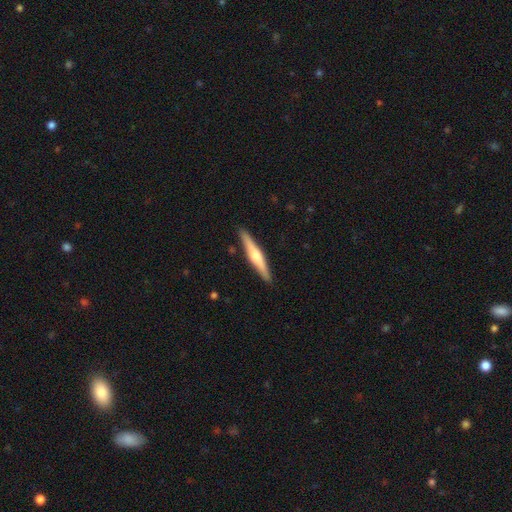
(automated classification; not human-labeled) Q: Smooth or featured?
A: featured or disk (58%); runner-up: smooth (37%)
Q: Edge-on disk?
A: yes (97%); runner-up: no (3%)
Q: Edge-on bulge?
A: rounded (85%); runner-up: none (8%)
Q: Merging?
A: none (90%); runner-up: minor disturbance (7%)